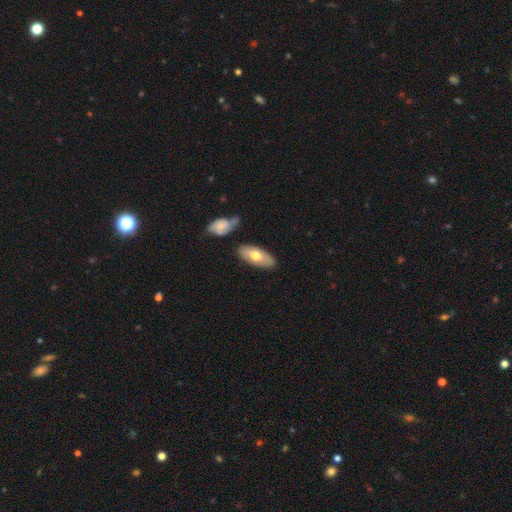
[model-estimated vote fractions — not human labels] This is likely a smooth galaxy (61%). How rounded: clearly in between (87%). Merging: likely none (76%).